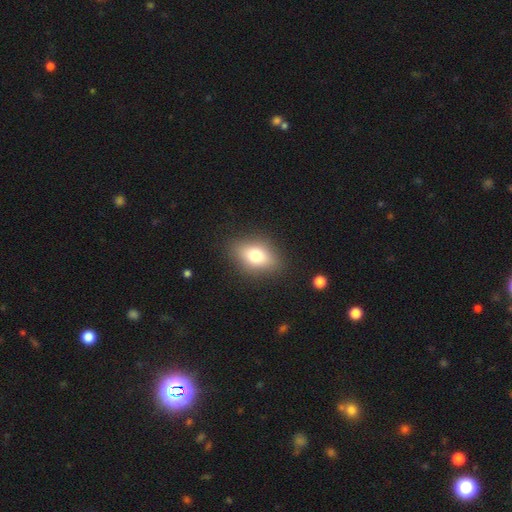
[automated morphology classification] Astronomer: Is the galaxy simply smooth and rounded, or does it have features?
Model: smooth — 74%.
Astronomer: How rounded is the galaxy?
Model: in between — 77%.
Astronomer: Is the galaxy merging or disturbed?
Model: none — 85%.